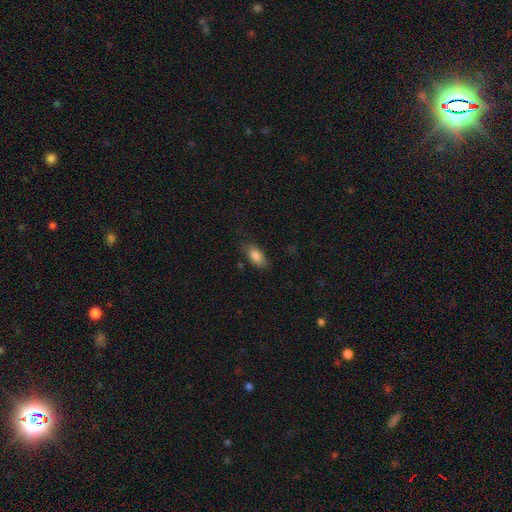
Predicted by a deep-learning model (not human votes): A smooth galaxy with no disk features (85%) that is in between round and cigar-shaped (90%).

Vote fractions:
- Smooth or featured? smooth: 85% / featured or disk: 8% / star or artifact: 7%
- How rounded? in between: 90% / cigar-shaped: 6% / round: 4%
- Merging? none: 72% / minor disturbance: 21% / major disturbance: 6% / merger: 2%